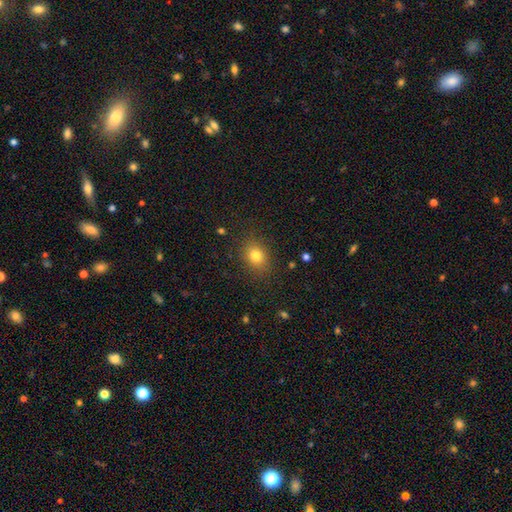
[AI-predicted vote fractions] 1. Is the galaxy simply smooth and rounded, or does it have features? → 80% smooth, 12% star or artifact, 8% featured or disk.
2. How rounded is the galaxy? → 50% round, 48% in between, 1% cigar-shaped.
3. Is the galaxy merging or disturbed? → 85% none, 10% minor disturbance, 4% major disturbance, 1% merger.